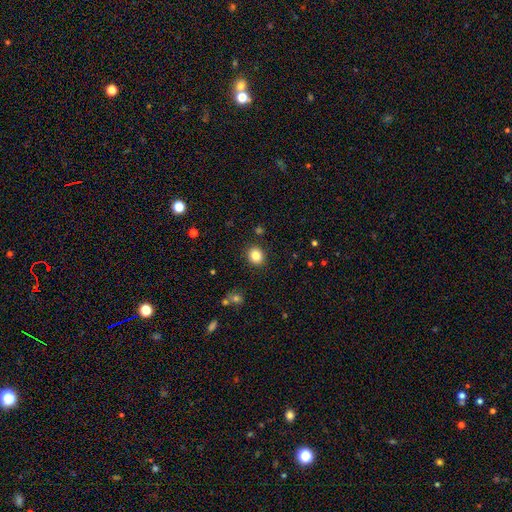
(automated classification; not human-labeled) A smooth galaxy with no disk features (84%) that is round (69%). Merging: none (89%).